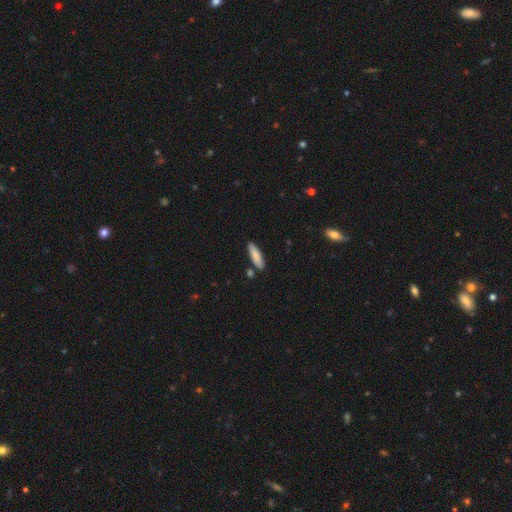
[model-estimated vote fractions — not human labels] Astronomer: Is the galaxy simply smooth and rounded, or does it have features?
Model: smooth — 84%.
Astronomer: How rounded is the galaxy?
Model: cigar-shaped — 63%.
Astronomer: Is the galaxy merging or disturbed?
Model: none — 83%.